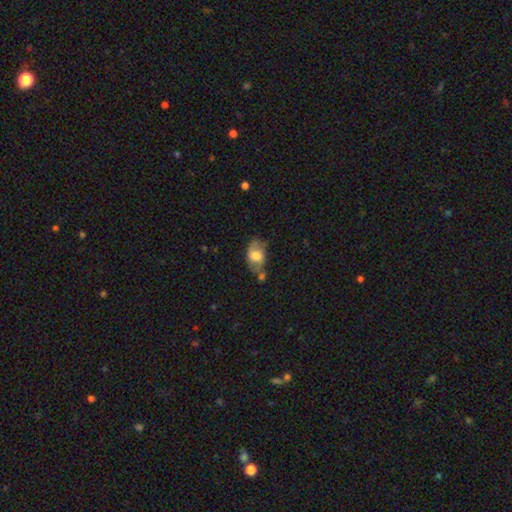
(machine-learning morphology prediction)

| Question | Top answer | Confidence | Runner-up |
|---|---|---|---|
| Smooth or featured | smooth | 62% | featured or disk (31%) |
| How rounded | in between | 86% | round (12%) |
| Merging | none | 47% | minor disturbance (28%) |